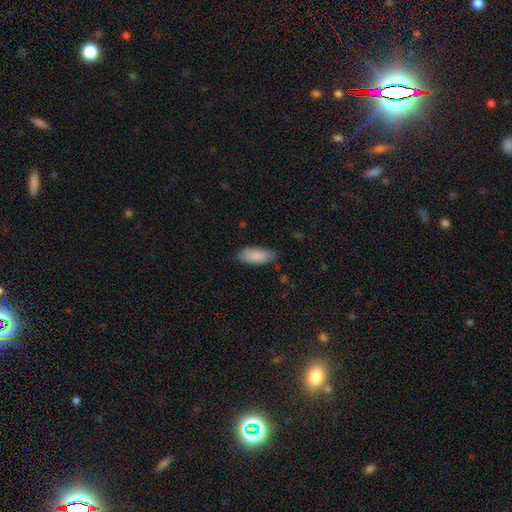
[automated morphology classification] A smooth galaxy with no disk features (88%) that is in between round and cigar-shaped (82%).

Vote fractions:
- Smooth or featured? smooth: 88% / star or artifact: 6% / featured or disk: 6%
- How rounded? in between: 82% / cigar-shaped: 16% / round: 2%
- Merging? none: 81% / minor disturbance: 15% / major disturbance: 3% / merger: 1%